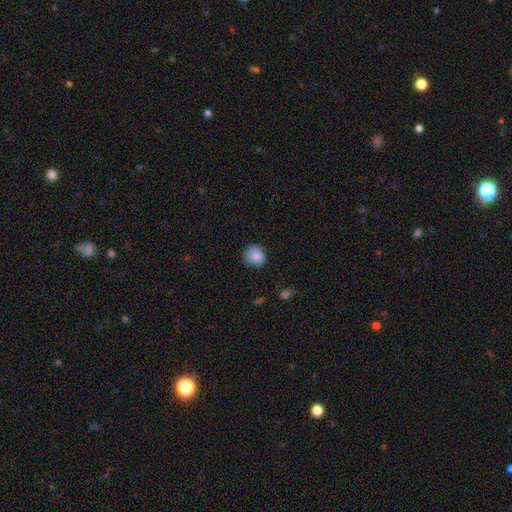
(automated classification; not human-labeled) Smooth or featured? Predicted: smooth (p=0.86). How rounded? Predicted: round (p=0.79). Merging? Predicted: none (p=0.76).